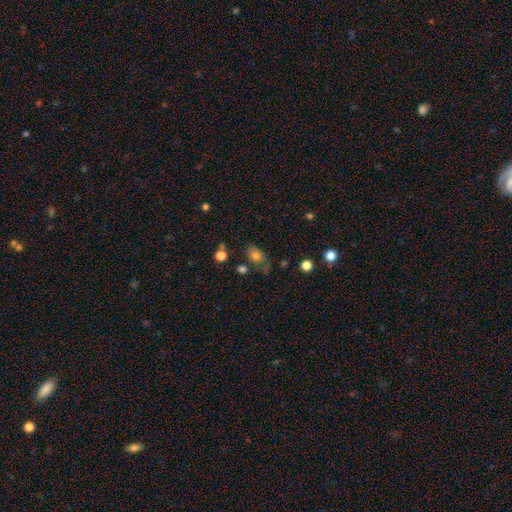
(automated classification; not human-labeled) This appears to be a smooth galaxy with no disk features (76%) that is in between round and cigar-shaped (77%). Merging: none (56%).